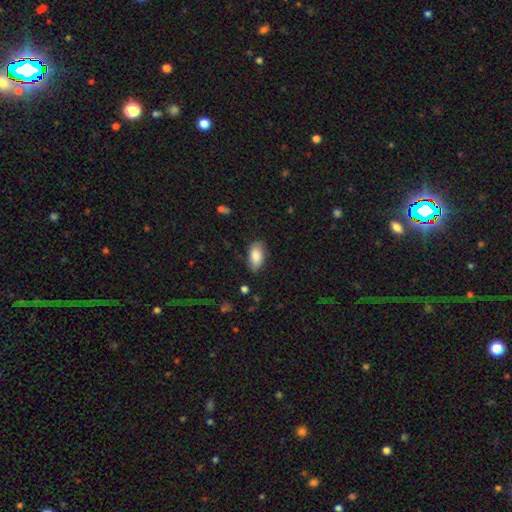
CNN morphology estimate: Smooth or featured: smooth — 83% (featured or disk — 11%)
How rounded: in between — 93% (round — 4%)
Merging: none — 78% (minor disturbance — 17%)